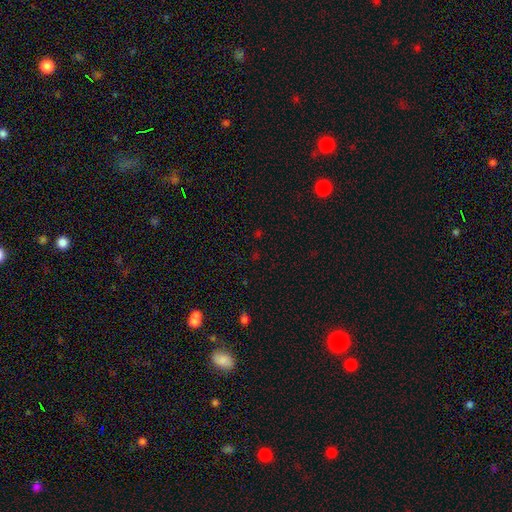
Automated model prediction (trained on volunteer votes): Smooth or featured?
  - star or artifact: 61% *
  - smooth: 32%
  - featured or disk: 7%